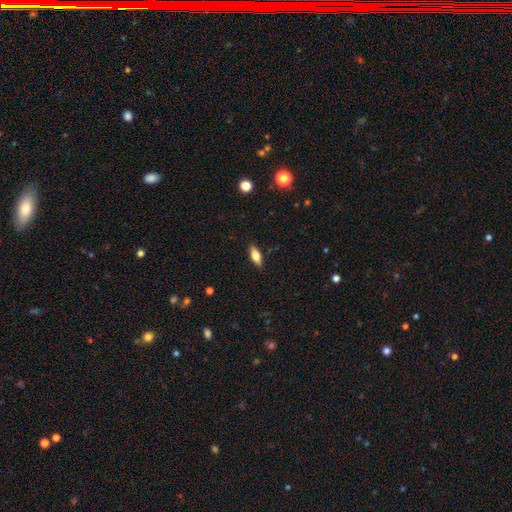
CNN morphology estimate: smooth-or-featured: smooth: 65% | featured or disk: 27% | star or artifact: 7%
  how-rounded: in between: 71% | cigar-shaped: 26% | round: 3%
  merging: none: 88% | minor disturbance: 9% | major disturbance: 2% | merger: 1%